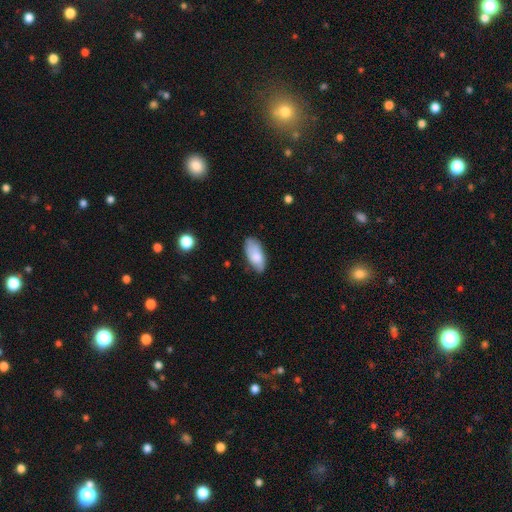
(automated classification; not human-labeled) smooth-or-featured: smooth: 77% | featured or disk: 17% | star or artifact: 7%
  how-rounded: in between: 90% | cigar-shaped: 8% | round: 2%
  merging: none: 65% | minor disturbance: 27% | major disturbance: 6% | merger: 2%